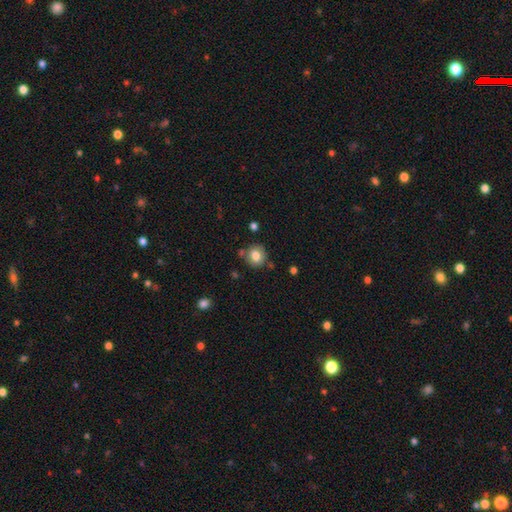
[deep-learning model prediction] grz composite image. It shows a smooth galaxy with no disk features (78%) that is round (80%). Merging: none (76%).